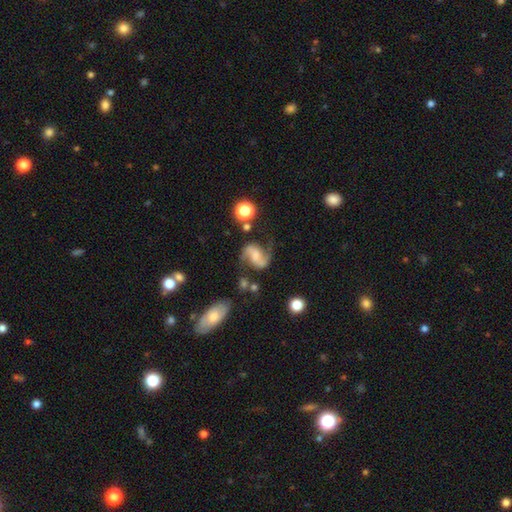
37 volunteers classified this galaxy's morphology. Overall: featured or disk (89%). Edge-on disk: no (97%). Bar: weak (41%; no 34%). Spiral arms: yes (94%). Spiral arm count: 2 (97%). Spiral winding: medium (67%; loose 33%). Bulge size: none (38%; moderate 28%). Merging: none (50%; minor disturbance 25%).